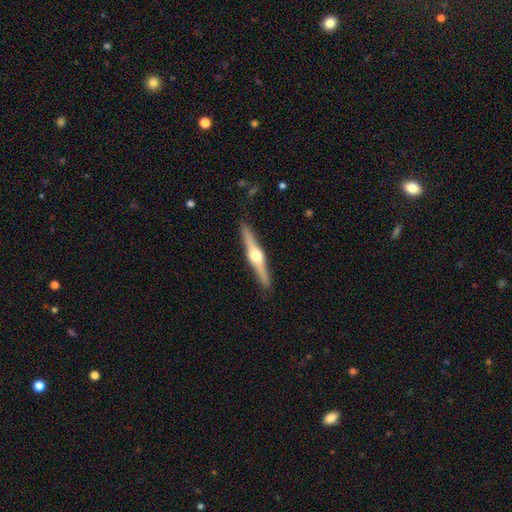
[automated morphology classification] type=featured or disk (79%); edge-on=yes (98%); edge-on bulge=rounded (94%); merging=none (91%).